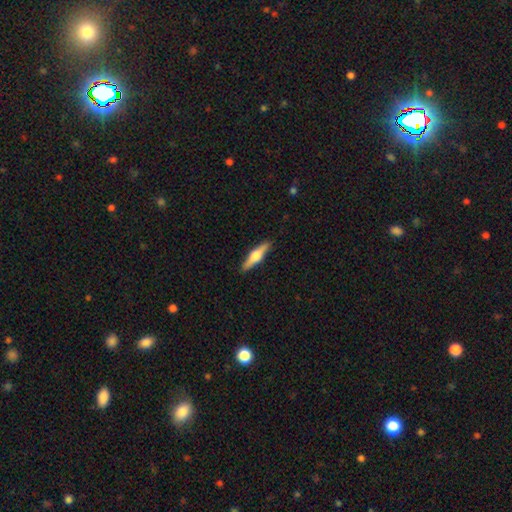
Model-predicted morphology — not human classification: The model was most divided on "smooth or featured": featured or disk: 62%, smooth: 33%, star or artifact: 5%. More confident: edge-on disk — yes (97%); edge-on bulge — rounded (92%); merging — none (90%).